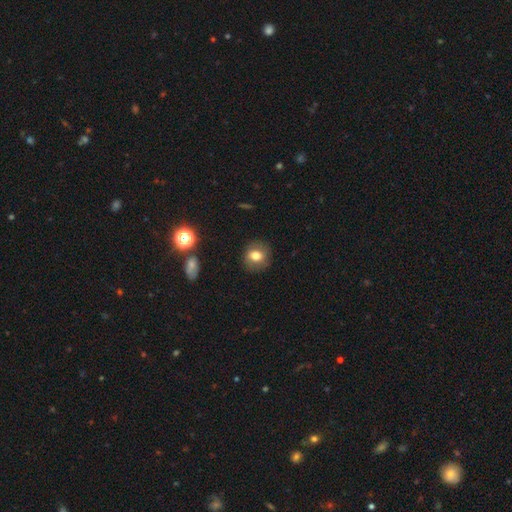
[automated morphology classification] type=smooth (73%); roundness=round (75%); merging=none (85%).